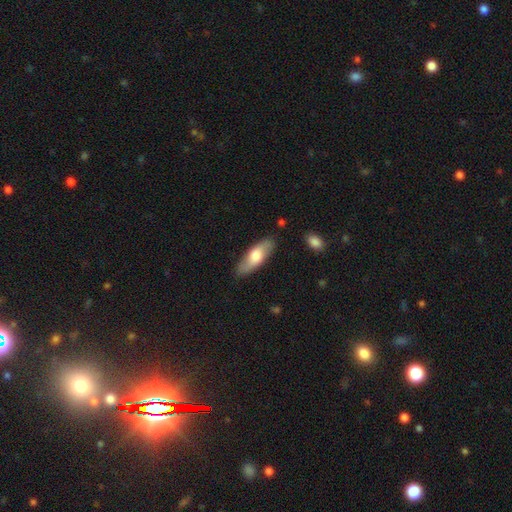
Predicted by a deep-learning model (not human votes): Overall: smooth (64%; featured or disk 31%). How rounded: in between (63%; cigar-shaped 35%). Merging: none (84%).